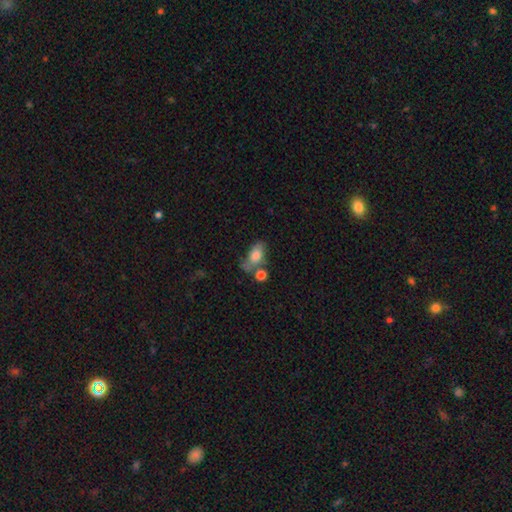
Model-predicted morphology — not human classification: Smooth or featured? smooth (72%)
How rounded? in between (86%)
Merging? none (37%)